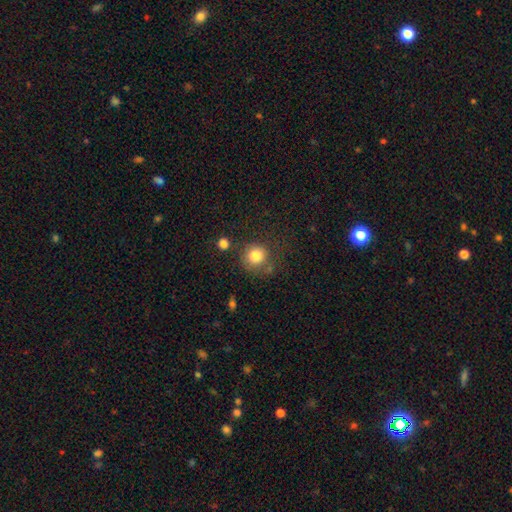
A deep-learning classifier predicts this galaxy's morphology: Smooth or featured?
  - smooth: 83% *
  - star or artifact: 10%
  - featured or disk: 7%
How rounded?
  - round: 90% *
  - in between: 9%
  - cigar-shaped: 1%
Merging?
  - none: 73% *
  - minor disturbance: 14%
  - merger: 8%
  - major disturbance: 6%